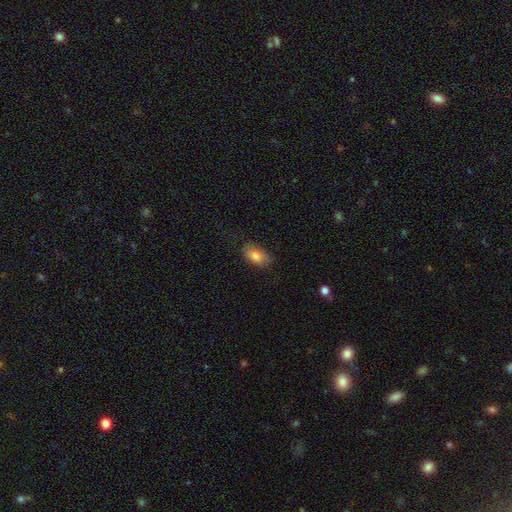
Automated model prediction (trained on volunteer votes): Overall: smooth (81%). How rounded: in between (90%). Merging: none (75%).